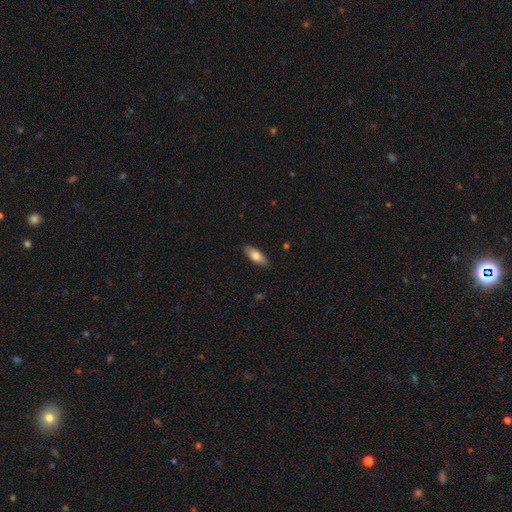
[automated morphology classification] Overall: smooth (77%). How rounded: in between (80%). Merging: none (86%).